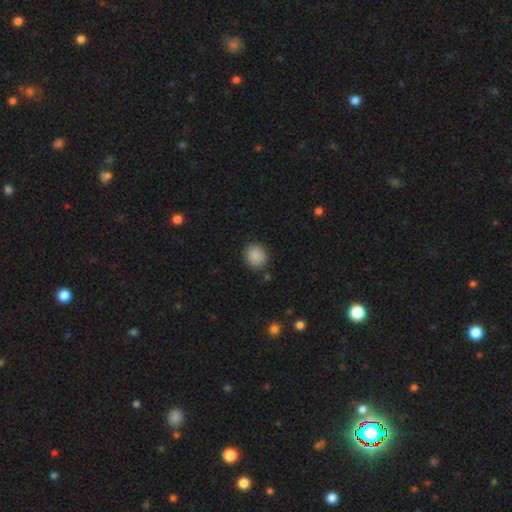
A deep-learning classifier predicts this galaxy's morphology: smooth-or-featured: smooth: 88% | star or artifact: 8% | featured or disk: 4%
  how-rounded: round: 72% | in between: 27% | cigar-shaped: 1%
  merging: none: 86% | minor disturbance: 9% | major disturbance: 2% | merger: 2%